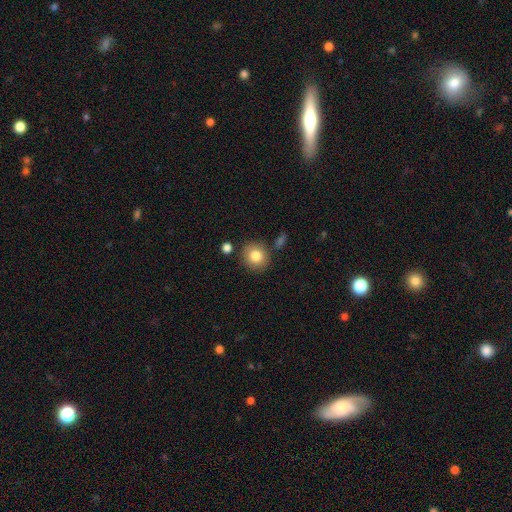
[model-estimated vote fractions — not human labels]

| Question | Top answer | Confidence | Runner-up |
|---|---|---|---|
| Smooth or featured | smooth | 82% | star or artifact (9%) |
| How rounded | round | 83% | in between (16%) |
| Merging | none | 81% | minor disturbance (10%) |